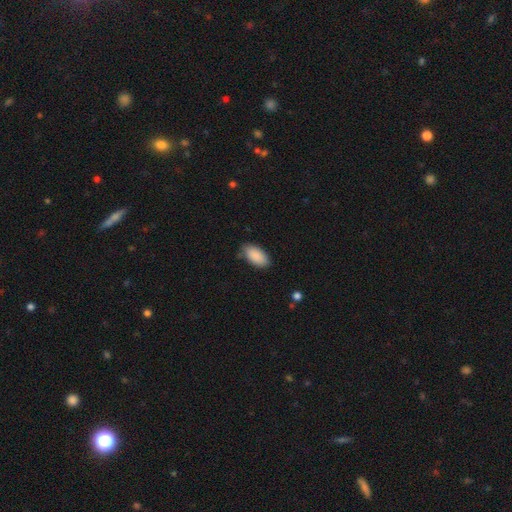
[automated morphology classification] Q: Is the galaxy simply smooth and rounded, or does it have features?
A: smooth — 90%.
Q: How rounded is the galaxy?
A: in between — 94%.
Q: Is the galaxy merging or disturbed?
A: none — 81%.